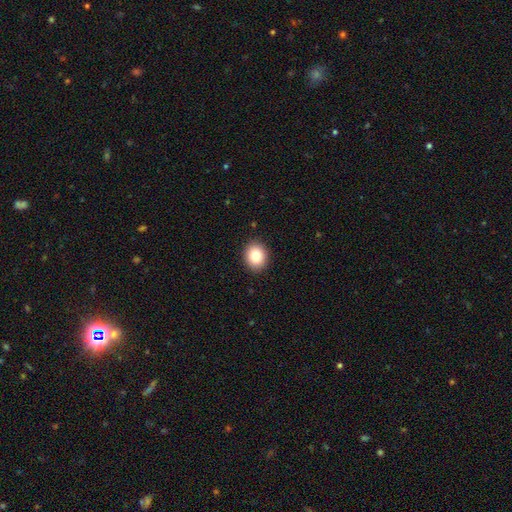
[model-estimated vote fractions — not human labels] Smooth or featured: smooth — 82% (star or artifact — 10%)
How rounded: round — 69% (in between — 30%)
Merging: none — 91% (minor disturbance — 6%)